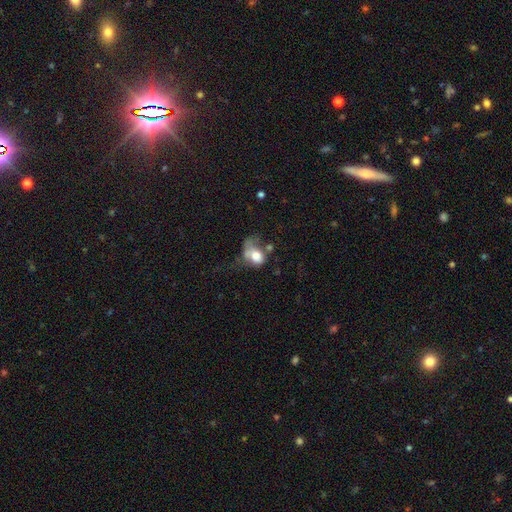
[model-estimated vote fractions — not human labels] Smooth or featured: smooth — 66% (featured or disk — 24%)
How rounded: in between — 60% (round — 39%)
Merging: major disturbance — 46% (minor disturbance — 21%)